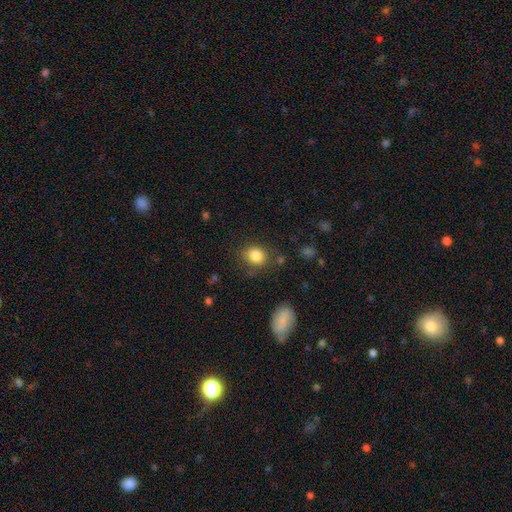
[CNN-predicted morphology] Overall: smooth (84%). How rounded: round (66%; in between 33%). Merging: none (77%).